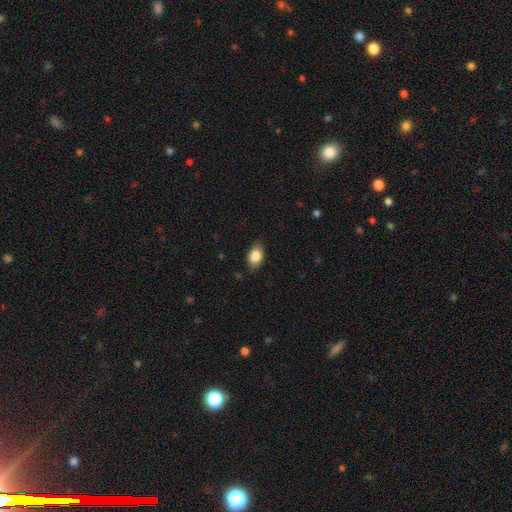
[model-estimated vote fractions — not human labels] A smooth galaxy with no disk features (85%) that is in between round and cigar-shaped (85%). Merging: none (79%).